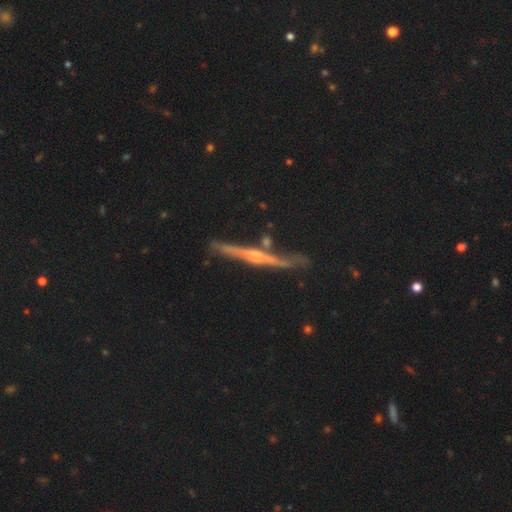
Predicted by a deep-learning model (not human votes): A featured or disk galaxy (81%) viewed edge-on (96%) with a rounded central bulge (65%).

Vote fractions:
- Smooth or featured? featured or disk: 81% / smooth: 13% / star or artifact: 7%
- Edge-on disk? yes: 96% / no: 4%
- Edge-on bulge? rounded: 65% / none: 24% / boxy: 10%
- Merging? none: 74% / minor disturbance: 16% / merger: 6% / major disturbance: 4%